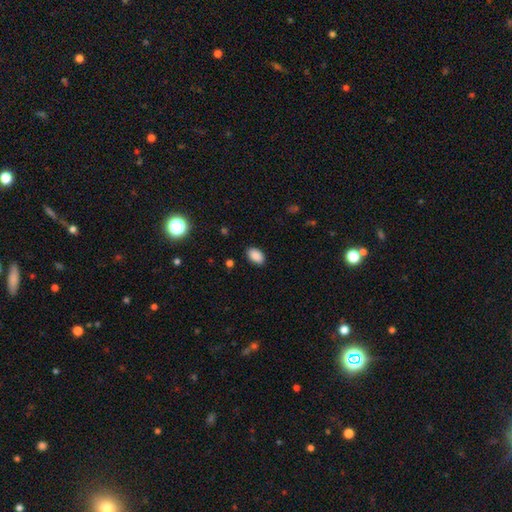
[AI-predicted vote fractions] smooth_or_featured: smooth (p=0.89) [alt: star or artifact p=0.08]
how_rounded: in between (p=0.91) [alt: round p=0.08]
merging: none (p=0.87) [alt: minor disturbance p=0.09]